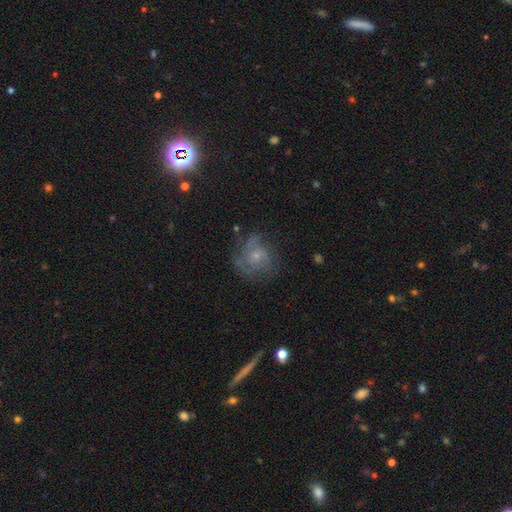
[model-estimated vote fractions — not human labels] This appears to be a featured or disk galaxy (60%) with no bar (78%), spiral arms (79%) and a small central bulge (65%). Merging: none (59%).